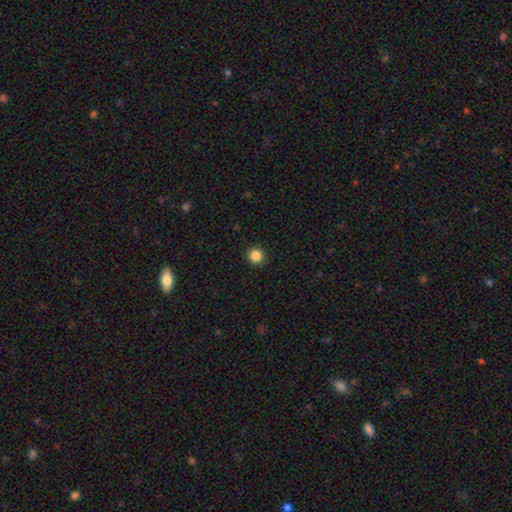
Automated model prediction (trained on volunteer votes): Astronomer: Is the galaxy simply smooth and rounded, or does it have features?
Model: smooth — 86%.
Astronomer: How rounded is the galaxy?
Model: round — 95%.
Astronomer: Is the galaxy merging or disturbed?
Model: none — 93%.